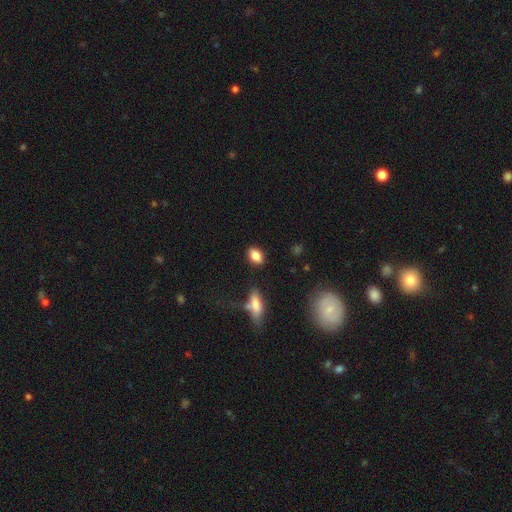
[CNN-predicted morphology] A smooth galaxy with no disk features (84%) that is in between round and cigar-shaped (83%).

Vote fractions:
- Smooth or featured? smooth: 84% / star or artifact: 8% / featured or disk: 7%
- How rounded? in between: 83% / round: 14% / cigar-shaped: 3%
- Merging? none: 84% / minor disturbance: 11% / major disturbance: 3% / merger: 3%